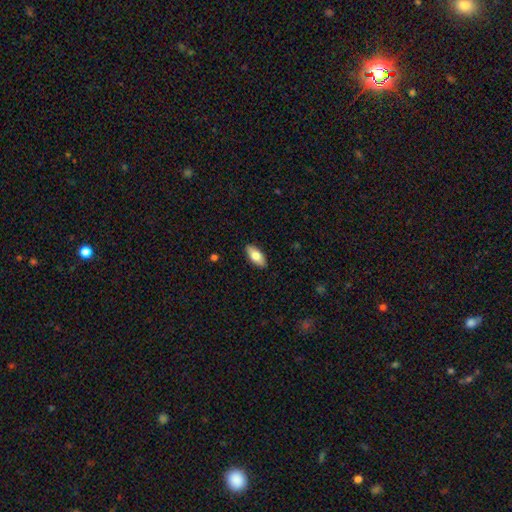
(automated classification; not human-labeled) smooth-or-featured: smooth: 75% | featured or disk: 19% | star or artifact: 6%
  how-rounded: in between: 86% | cigar-shaped: 12% | round: 2%
  merging: none: 89% | minor disturbance: 8% | major disturbance: 2% | merger: 1%